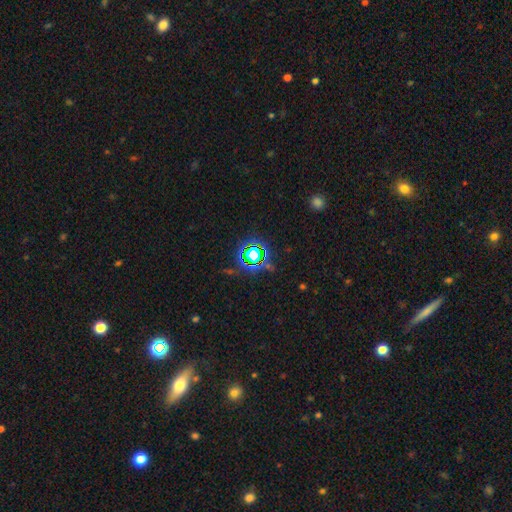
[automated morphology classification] Smooth or featured: star or artifact — 73% (smooth — 17%)